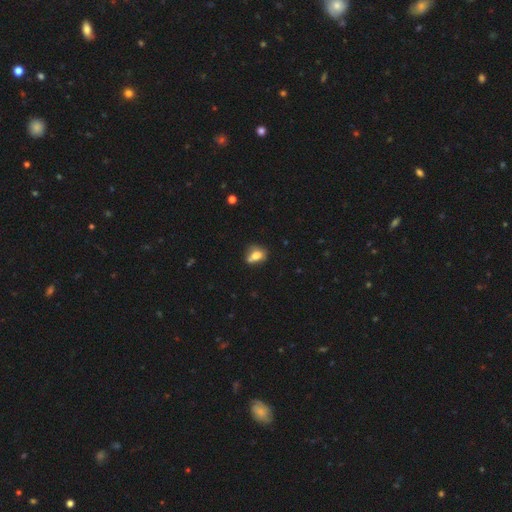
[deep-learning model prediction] Q: Smooth or featured?
A: smooth (73%); runner-up: featured or disk (16%)
Q: How rounded?
A: in between (63%); runner-up: round (34%)
Q: Merging?
A: none (41%); runner-up: merger (28%)